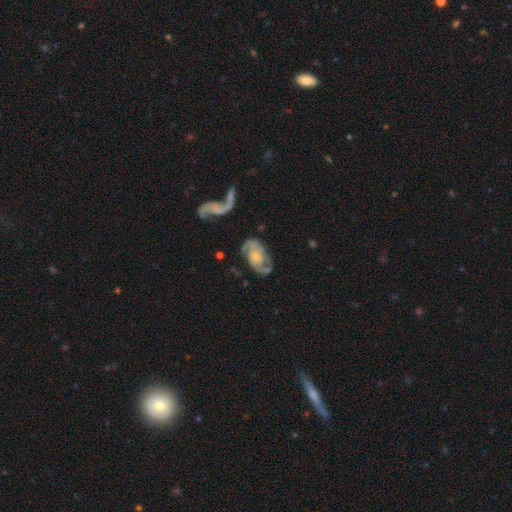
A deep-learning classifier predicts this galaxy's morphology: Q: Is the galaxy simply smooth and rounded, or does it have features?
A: featured or disk — 83%.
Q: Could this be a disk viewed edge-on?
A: no — 97%.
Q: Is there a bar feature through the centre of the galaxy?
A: no — 67%.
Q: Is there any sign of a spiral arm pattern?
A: yes — 94%.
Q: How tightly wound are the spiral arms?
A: medium — 50%.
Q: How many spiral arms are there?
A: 2 — 88%.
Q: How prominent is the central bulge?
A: small — 38%.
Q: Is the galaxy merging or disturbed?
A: none — 64%.